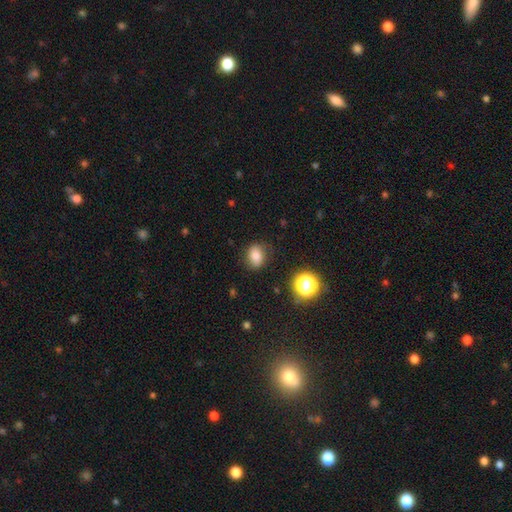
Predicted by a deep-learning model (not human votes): This is likely a smooth galaxy (78%). How rounded: likely in between (62%). Merging: likely none (77%).